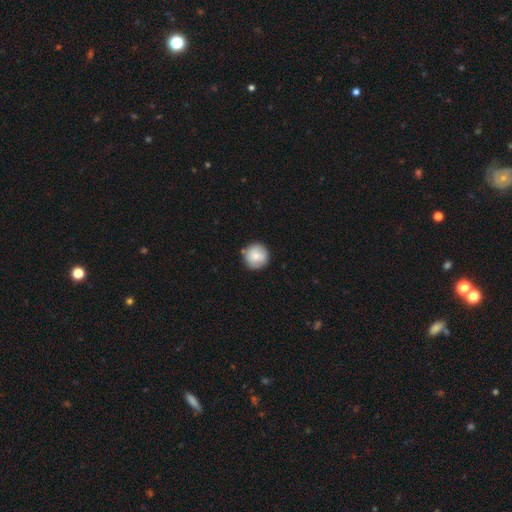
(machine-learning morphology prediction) Smooth or featured?
  - smooth: 76% *
  - featured or disk: 17%
  - star or artifact: 7%
How rounded?
  - round: 95% *
  - in between: 4%
  - cigar-shaped: 1%
Merging?
  - none: 85% *
  - minor disturbance: 11%
  - major disturbance: 2%
  - merger: 2%